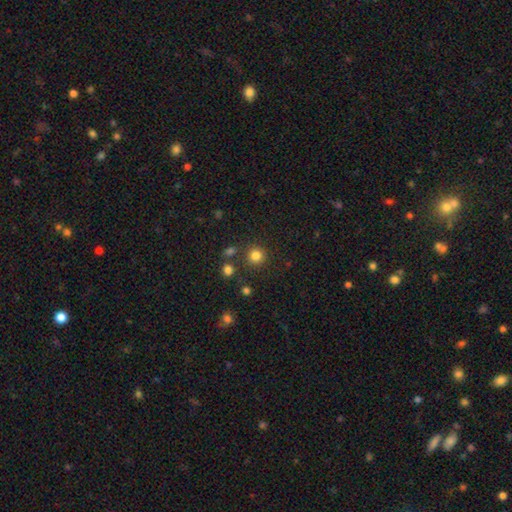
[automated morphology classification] This is clearly a smooth galaxy (82%). How rounded: clearly round (93%). Merging: clearly none (85%).